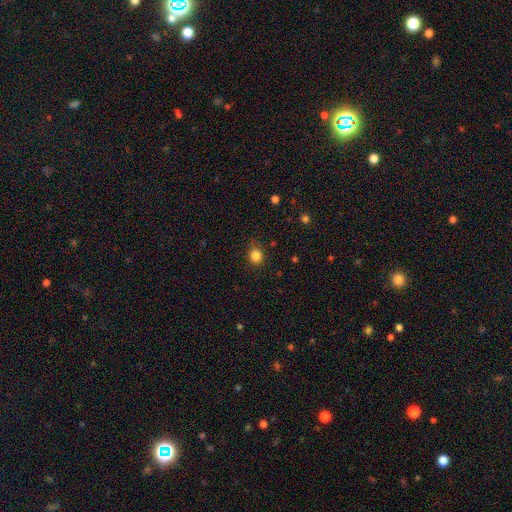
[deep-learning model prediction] This appears to be a smooth galaxy with no disk features (84%) that is round (85%). Merging: none (84%).